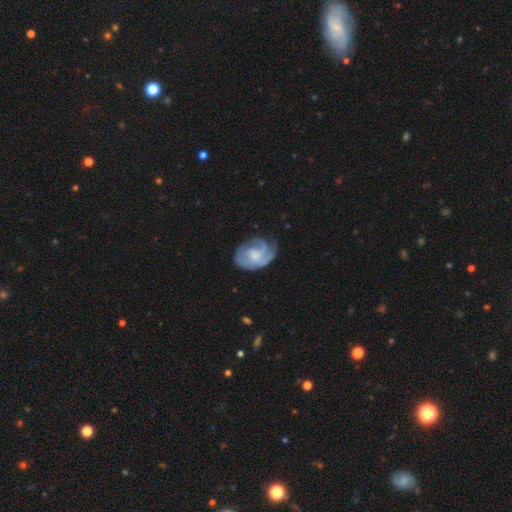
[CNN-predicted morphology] A featured or disk galaxy (68%) with no bar (66%), tight (43%) spiral arms (87%) and a moderate central bulge (36%).

Vote fractions:
- Smooth or featured? featured or disk: 68% / smooth: 26% / star or artifact: 6%
- Edge-on disk? no: 97% / yes: 3%
- Bar? no: 66% / weak: 30% / strong: 4%
- Spiral arms? yes: 87% / no: 13%
- Spiral winding? tight: 43% / medium: 38% / loose: 19%
- Spiral arm count? can't tell: 30% / 3: 21% / 1: 21% / 2: 20% / 4: 5% / more than 4: 4%
- Bulge size? moderate: 36% / small: 35% / none: 20% / large: 7% / dominant: 2%
- Merging? none: 52% / minor disturbance: 26% / major disturbance: 19% / merger: 2%